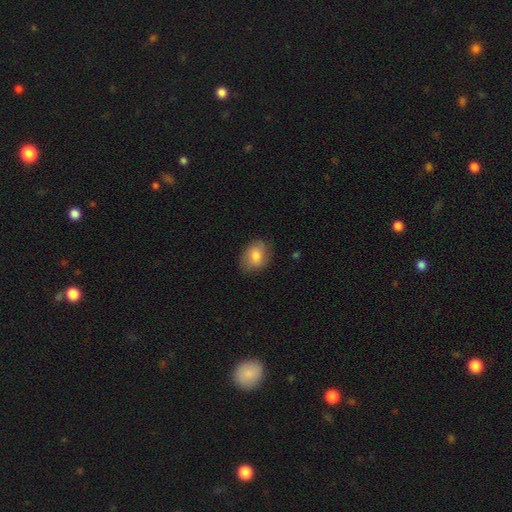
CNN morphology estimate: Smooth or featured? Predicted: smooth (p=0.71). How rounded? Predicted: in between (p=0.71). Merging? Predicted: none (p=0.77).